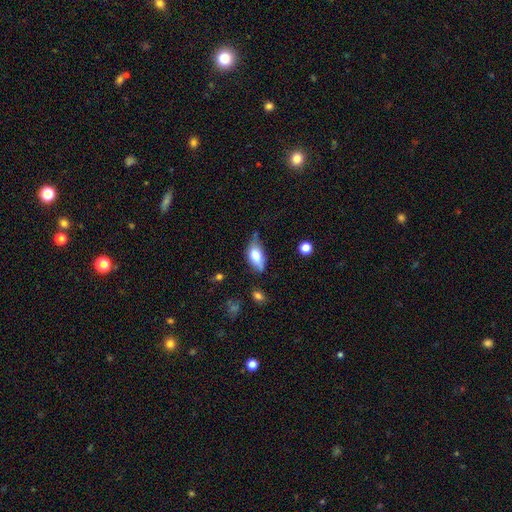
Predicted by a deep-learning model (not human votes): This appears to be a smooth galaxy with no disk features (69%) that is in between round and cigar-shaped (87%). Merging: none (50%).